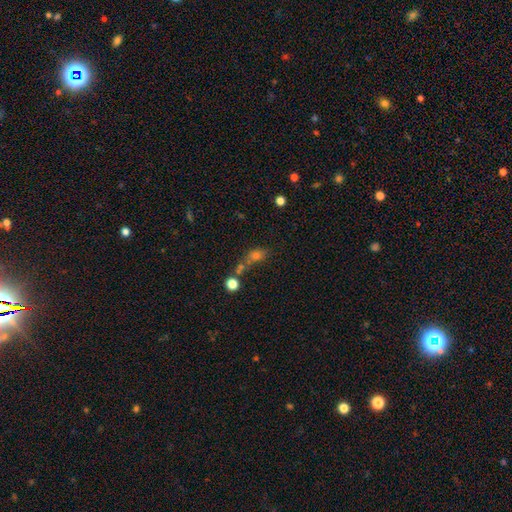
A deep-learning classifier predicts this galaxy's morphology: smooth-or-featured: smooth: 60% | star or artifact: 24% | featured or disk: 15%
  how-rounded: in between: 56% | round: 36% | cigar-shaped: 8%
  merging: none: 40% | merger: 32% | minor disturbance: 14% | major disturbance: 14%